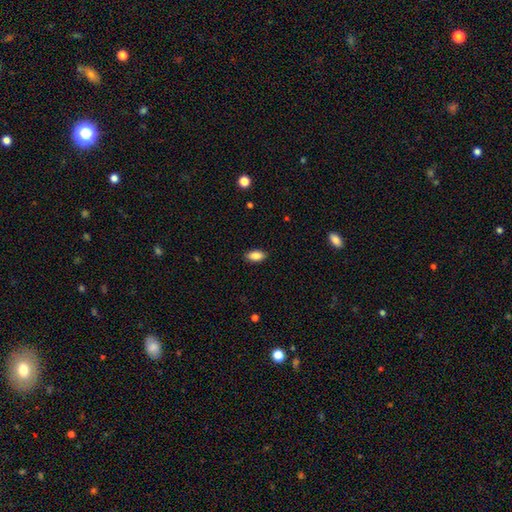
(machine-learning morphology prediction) type=smooth (86%); roundness=in between (90%); merging=none (89%).